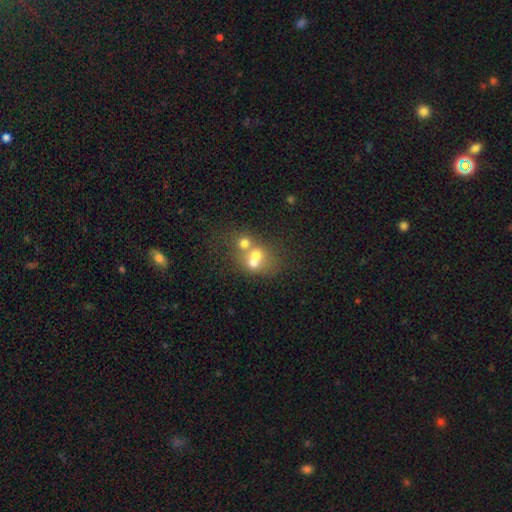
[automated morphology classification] smooth-or-featured: smooth: 56% | featured or disk: 30% | star or artifact: 14%
  how-rounded: round: 68% | in between: 31% | cigar-shaped: 1%
  merging: merger: 63% | none: 26% | minor disturbance: 6% | major disturbance: 5%